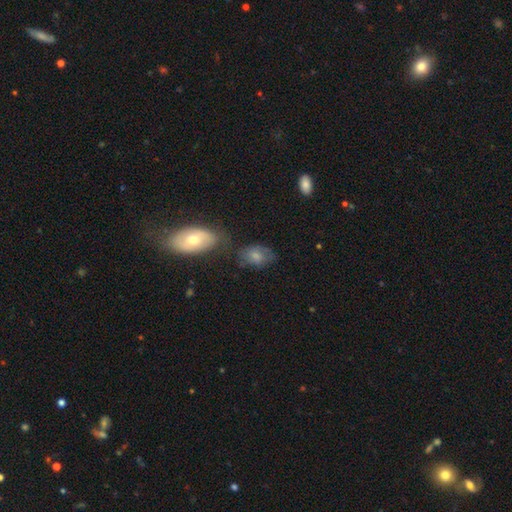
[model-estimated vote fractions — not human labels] smooth-or-featured: smooth: 64% | featured or disk: 27% | star or artifact: 10%
  how-rounded: in between: 81% | round: 18% | cigar-shaped: 2%
  merging: none: 49% | minor disturbance: 25% | merger: 13% | major disturbance: 13%